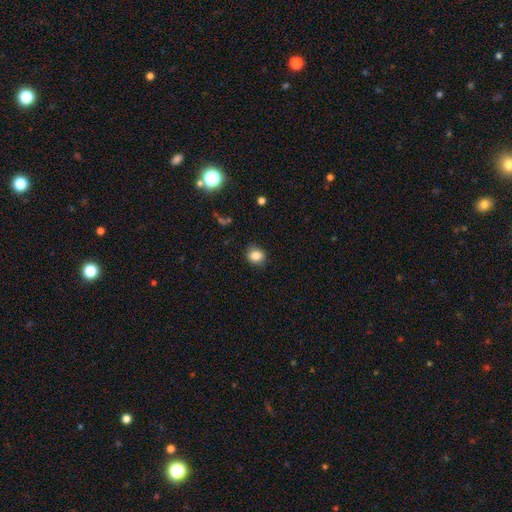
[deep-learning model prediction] A smooth galaxy with no disk features (84%) that is round (60%).

Vote fractions:
- Smooth or featured? smooth: 84% / star or artifact: 10% / featured or disk: 6%
- How rounded? round: 60% / in between: 39% / cigar-shaped: 1%
- Merging? none: 84% / minor disturbance: 12% / major disturbance: 3% / merger: 1%